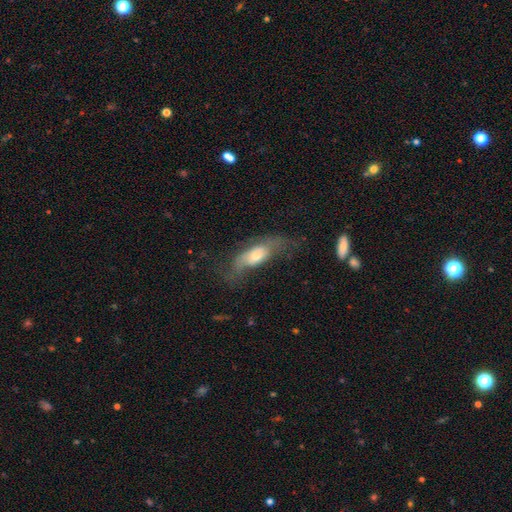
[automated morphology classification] Smooth or featured? Predicted: smooth (p=0.49). Merging? Predicted: none (p=0.41).